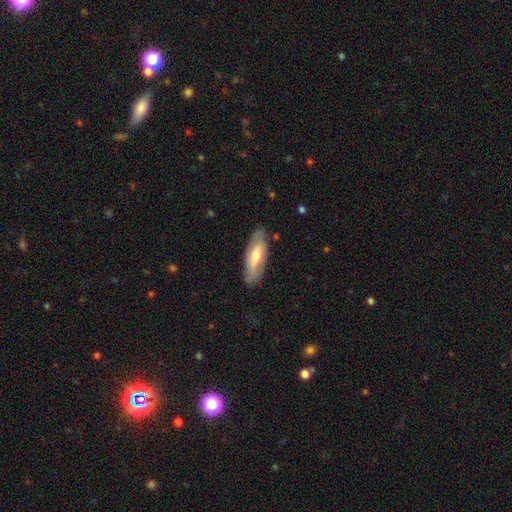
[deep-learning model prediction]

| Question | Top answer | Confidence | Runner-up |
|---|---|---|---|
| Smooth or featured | smooth | 50% | featured or disk (45%) |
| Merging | none | 81% | minor disturbance (14%) |